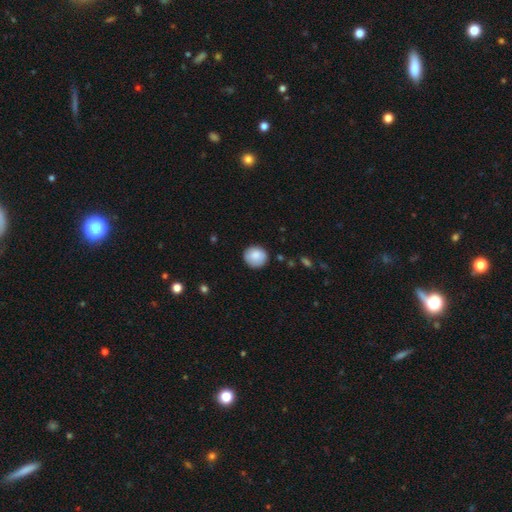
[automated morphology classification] Smooth or featured? smooth (86%)
How rounded? round (91%)
Merging? none (86%)